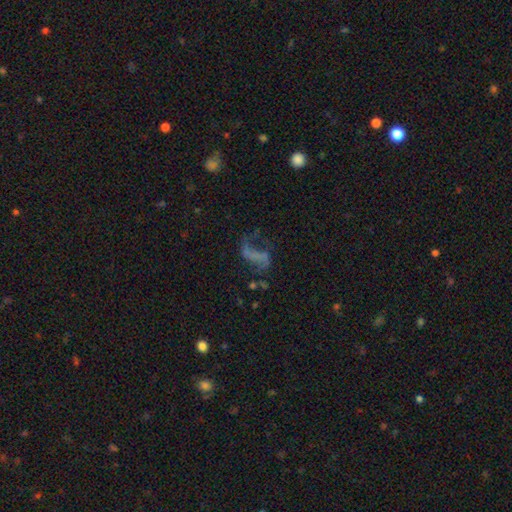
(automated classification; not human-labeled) This appears to be a featured or disk galaxy (59%) with no bar (55%), spiral arms (62%) and no central bulge (77%). Merging: none (40%).